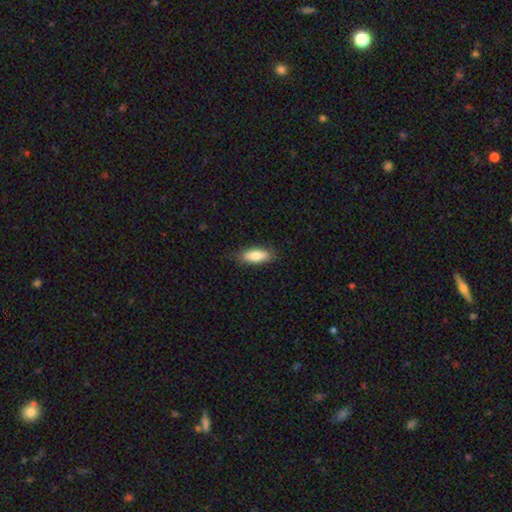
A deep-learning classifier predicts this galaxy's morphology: This appears to be a smooth galaxy with no disk features (79%) that is in between round and cigar-shaped (79%). Merging: none (82%).